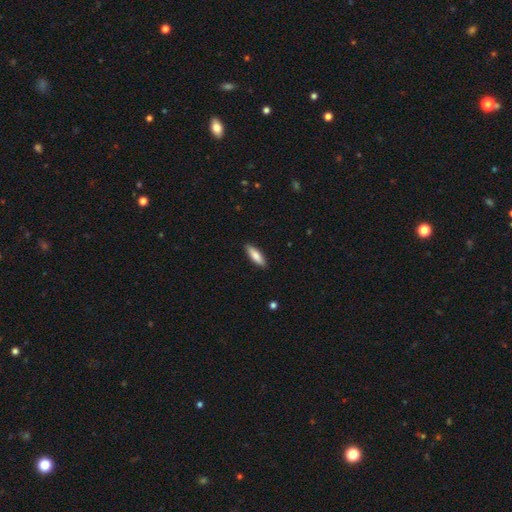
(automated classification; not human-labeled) Smooth or featured? smooth (79%)
How rounded? cigar-shaped (54%)
Merging? none (89%)